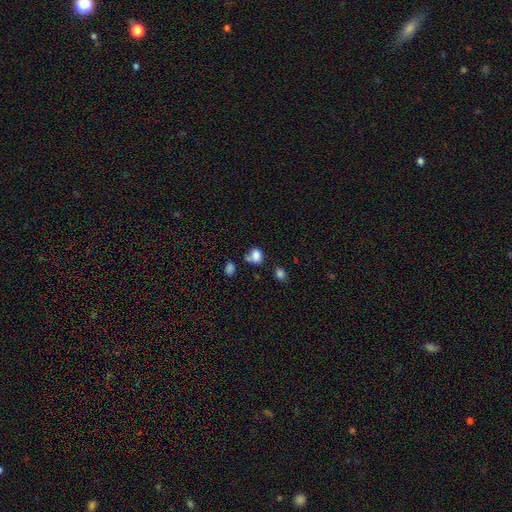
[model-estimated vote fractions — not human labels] Morphology: type=smooth (80%); roundness=in between (59%); merging=none (42%).